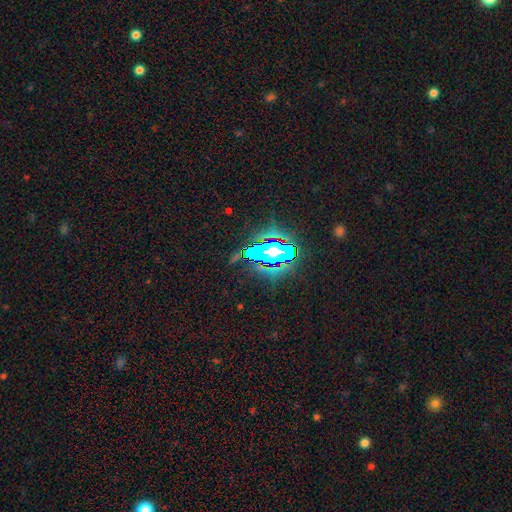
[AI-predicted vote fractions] Smooth or featured?
  - star or artifact: 81% *
  - smooth: 11%
  - featured or disk: 8%